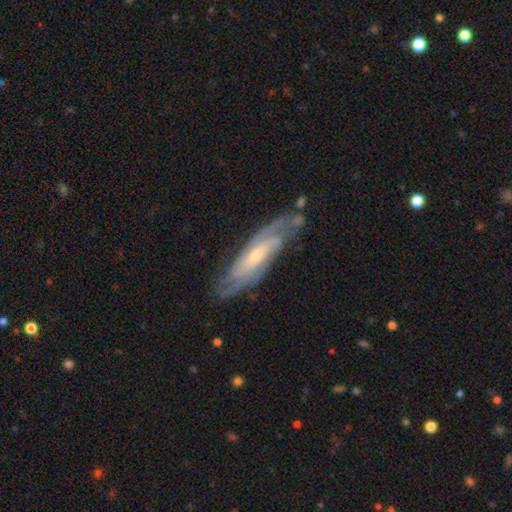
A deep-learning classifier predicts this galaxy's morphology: This appears to be a featured or disk galaxy (85%) with no bar (46%), 2 (42%) tight (53%) spiral arms (96%) and a small central bulge (57%). Merging: none (74%).